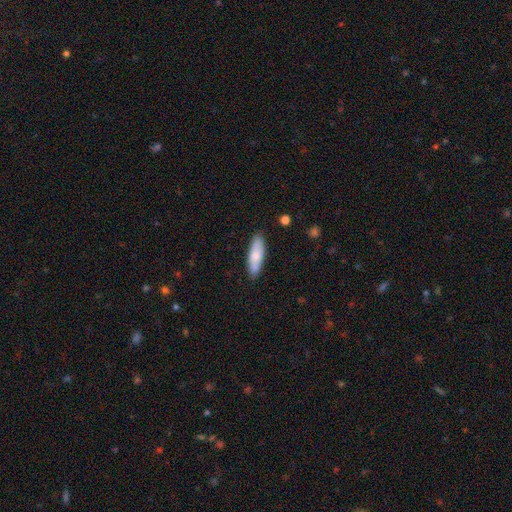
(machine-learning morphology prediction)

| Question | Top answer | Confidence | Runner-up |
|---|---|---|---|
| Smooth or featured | smooth | 76% | featured or disk (19%) |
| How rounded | in between | 52% | cigar-shaped (46%) |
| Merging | none | 84% | minor disturbance (13%) |